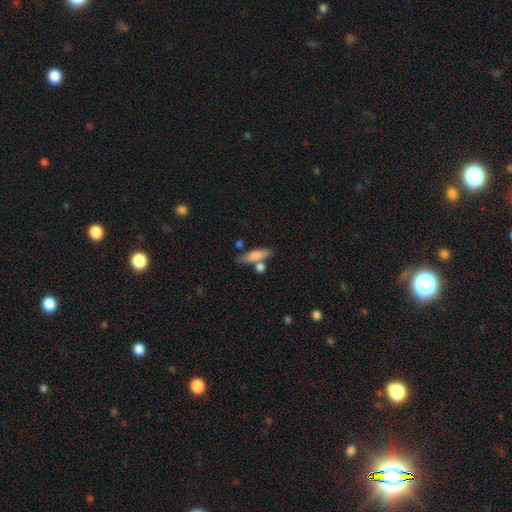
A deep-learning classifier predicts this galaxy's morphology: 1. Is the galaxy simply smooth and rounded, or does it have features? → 77% smooth, 16% featured or disk, 7% star or artifact.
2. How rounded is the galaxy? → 56% cigar-shaped, 40% in between, 3% round.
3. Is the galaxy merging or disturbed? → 63% none, 17% merger, 15% minor disturbance, 5% major disturbance.